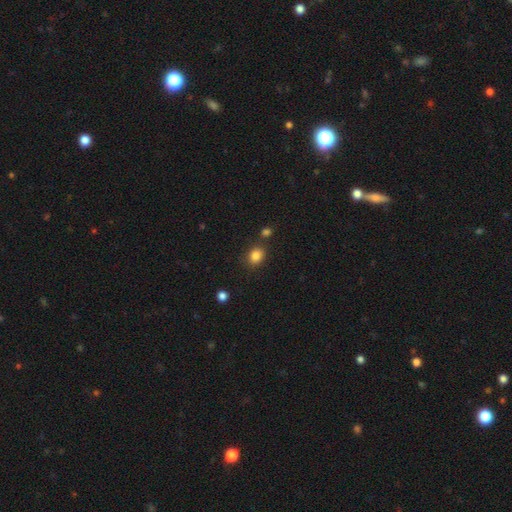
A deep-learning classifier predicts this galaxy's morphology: smooth_or_featured: smooth (p=0.84) [alt: star or artifact p=0.11]
how_rounded: round (p=0.58) [alt: in between p=0.41]
merging: none (p=0.77) [alt: minor disturbance p=0.12]